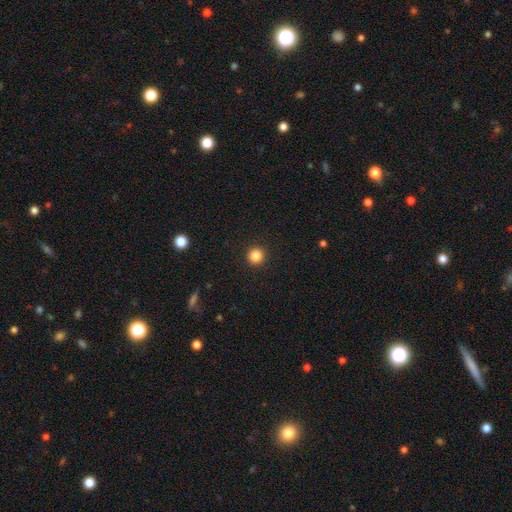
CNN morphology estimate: Smooth or featured? smooth (85%)
How rounded? round (95%)
Merging? none (93%)